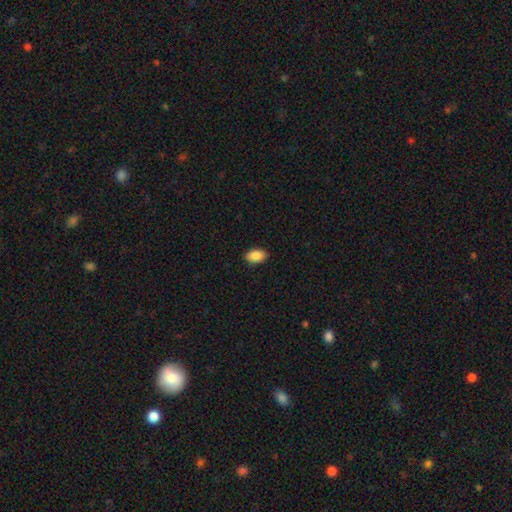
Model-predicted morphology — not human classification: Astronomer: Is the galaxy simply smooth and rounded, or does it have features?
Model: smooth — 90%.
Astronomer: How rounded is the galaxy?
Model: in between — 93%.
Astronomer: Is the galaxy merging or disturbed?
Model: none — 89%.